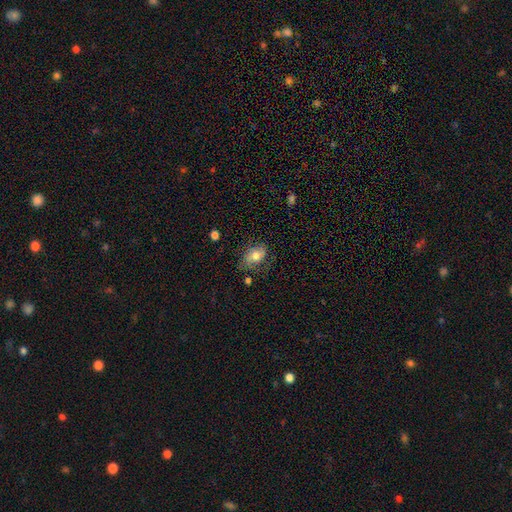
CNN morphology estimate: A smooth galaxy with no disk features (60%) that is in between round and cigar-shaped (79%).

Vote fractions:
- Smooth or featured? smooth: 60% / featured or disk: 31% / star or artifact: 9%
- How rounded? in between: 79% / round: 19% / cigar-shaped: 2%
- Merging? none: 62% / minor disturbance: 25% / major disturbance: 10% / merger: 2%